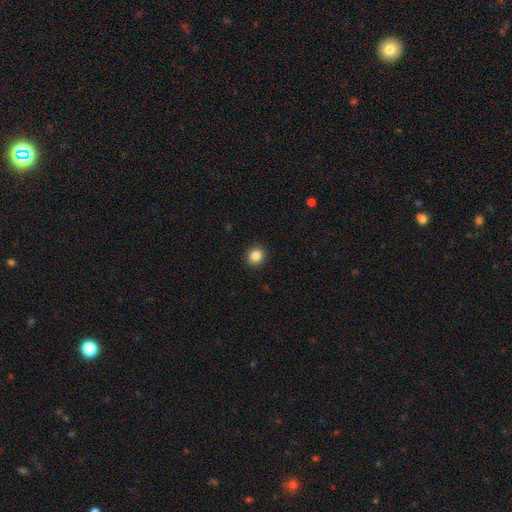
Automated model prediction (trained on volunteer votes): Smooth or featured? Predicted: smooth (p=0.85). How rounded? Predicted: round (p=0.82). Merging? Predicted: none (p=0.92).